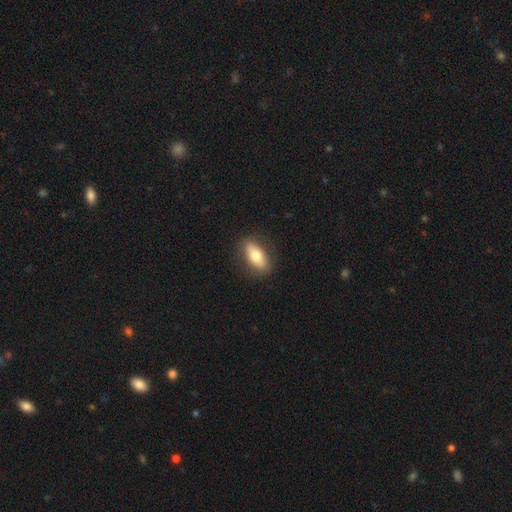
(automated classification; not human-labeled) A smooth galaxy with no disk features (70%) that is in between round and cigar-shaped (79%).

Vote fractions:
- Smooth or featured? smooth: 70% / featured or disk: 24% / star or artifact: 6%
- How rounded? in between: 79% / cigar-shaped: 16% / round: 4%
- Merging? none: 86% / minor disturbance: 10% / major disturbance: 3% / merger: 1%